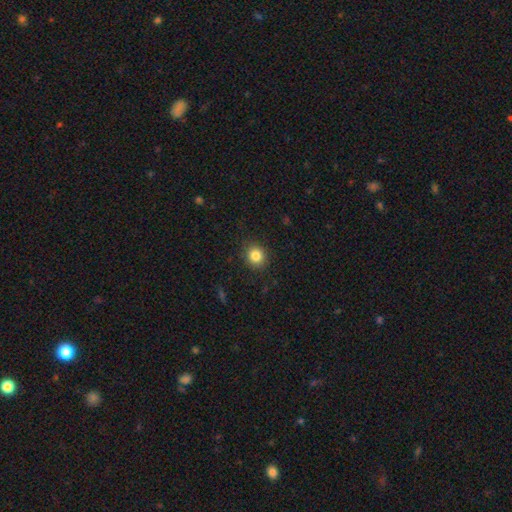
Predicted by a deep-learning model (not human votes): Overall: smooth (84%). How rounded: round (80%). Merging: none (90%).